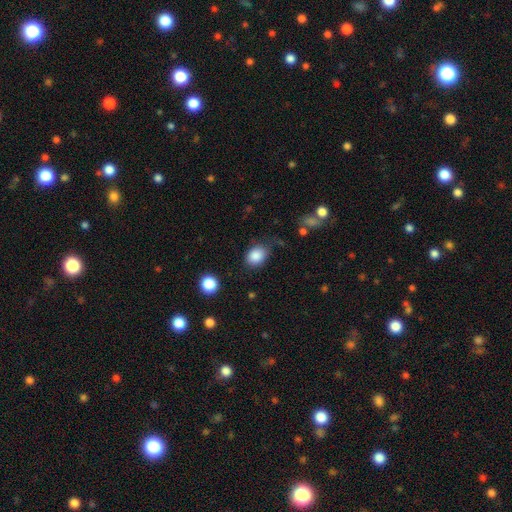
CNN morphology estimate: The model was most divided on "how rounded": in between: 60%, round: 39%, cigar-shaped: 1%. More confident: smooth or featured — smooth (87%); merging — none (73%).